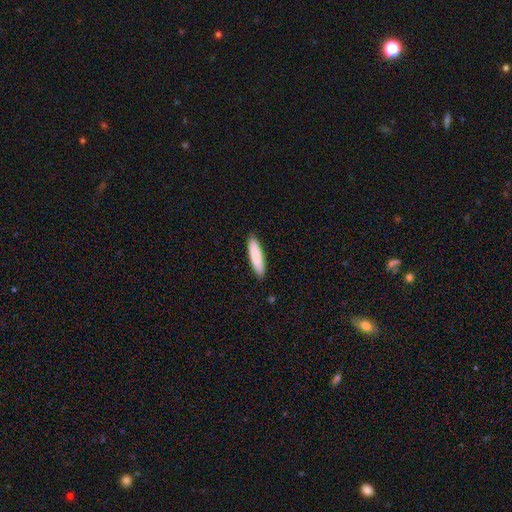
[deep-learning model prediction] smooth_or_featured: smooth (p=0.86) [alt: featured or disk p=0.08]
how_rounded: cigar-shaped (p=0.70) [alt: in between p=0.29]
merging: none (p=0.89) [alt: minor disturbance p=0.08]